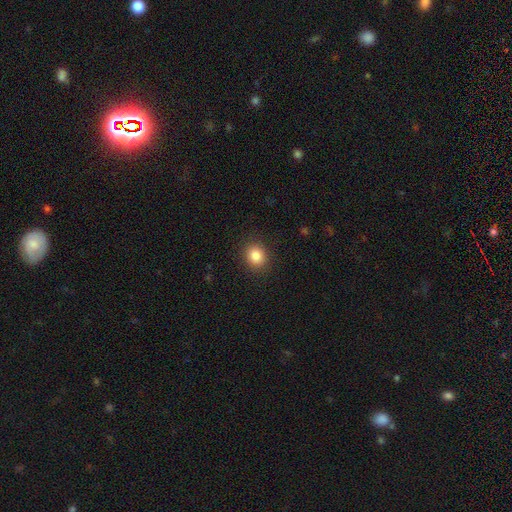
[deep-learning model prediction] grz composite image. It shows a smooth galaxy with no disk features (84%) that is round (73%). Merging: none (89%).